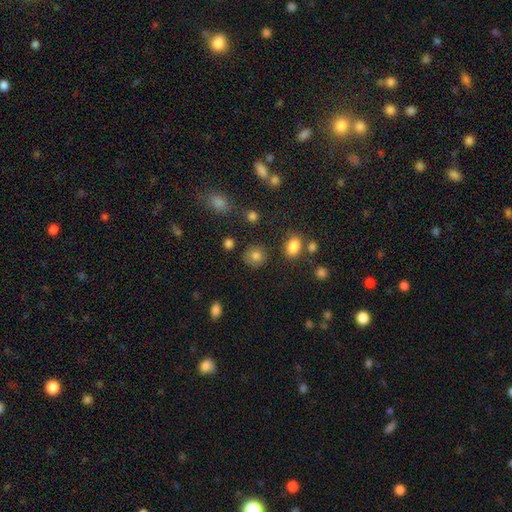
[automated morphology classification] A smooth galaxy with no disk features (81%) that is round (82%). Merging: none (80%).